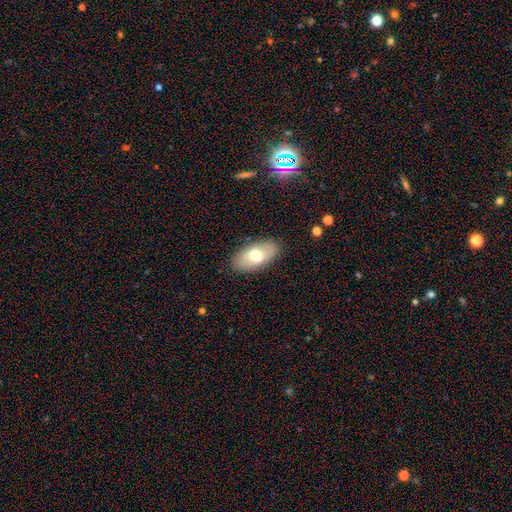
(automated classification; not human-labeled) smooth 65%, featured or disk 29%, star or artifact 6%. Down the decision tree: how rounded — in between (93%); merging — none (87%).